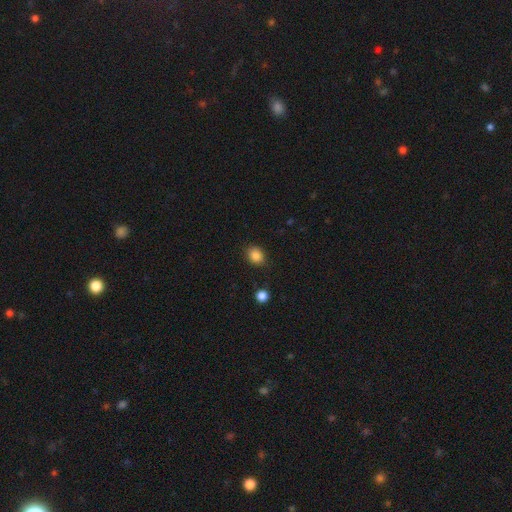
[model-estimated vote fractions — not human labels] This is clearly a smooth galaxy (85%). How rounded: possibly round (53%). Merging: clearly none (87%).